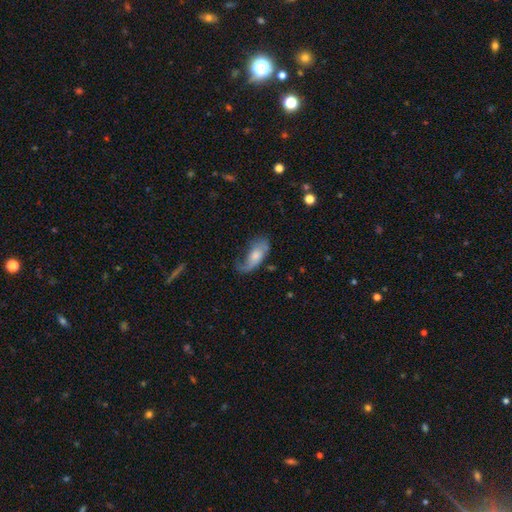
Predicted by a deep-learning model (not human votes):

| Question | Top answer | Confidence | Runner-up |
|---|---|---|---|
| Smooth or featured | smooth | 49% | featured or disk (45%) |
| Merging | none | 38% | major disturbance (30%) |